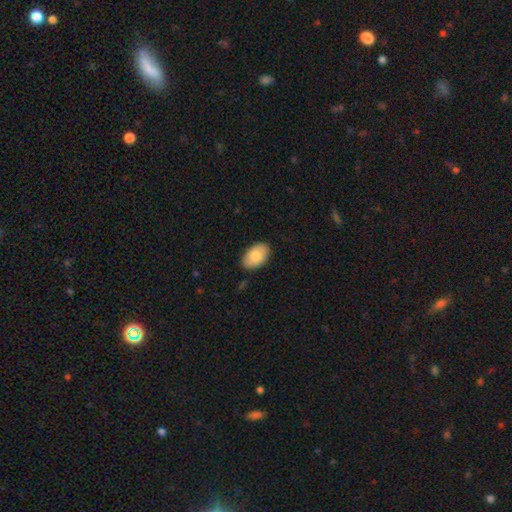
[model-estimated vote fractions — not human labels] This is clearly a smooth galaxy (82%). How rounded: clearly in between (93%). Merging: clearly none (86%).